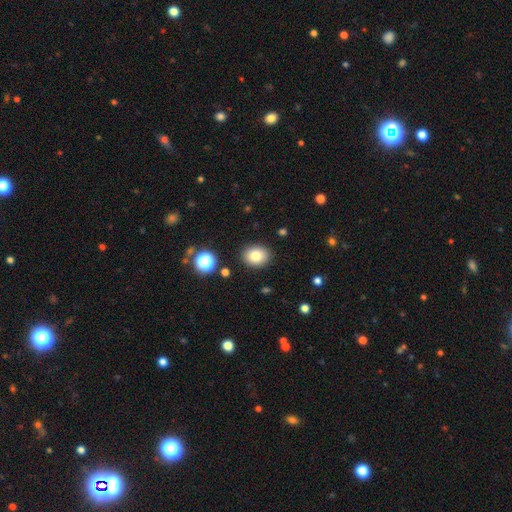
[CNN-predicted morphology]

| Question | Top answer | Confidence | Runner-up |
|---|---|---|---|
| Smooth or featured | smooth | 82% | star or artifact (10%) |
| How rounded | round | 51% | in between (48%) |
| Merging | none | 88% | minor disturbance (8%) |